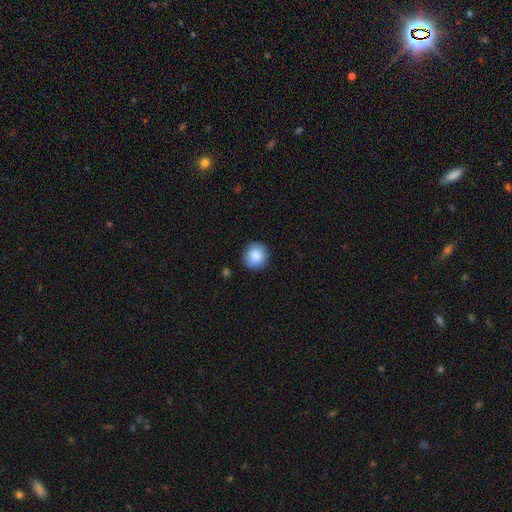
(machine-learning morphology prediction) Smooth or featured? smooth (86%)
How rounded? round (91%)
Merging? none (89%)